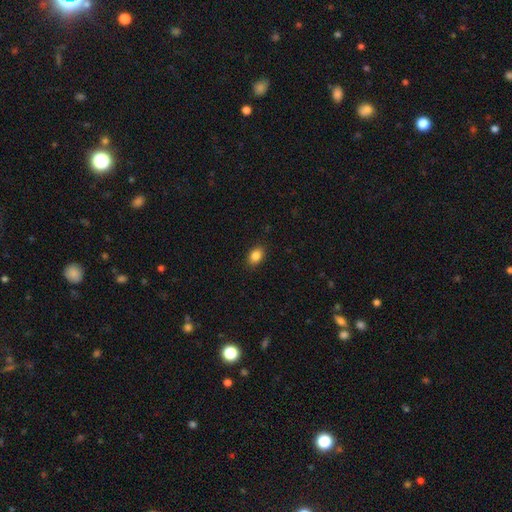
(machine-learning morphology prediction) The model was most divided on "how rounded": in between: 77%, round: 21%, cigar-shaped: 1%. More confident: merging — none (88%); smooth or featured — smooth (86%).